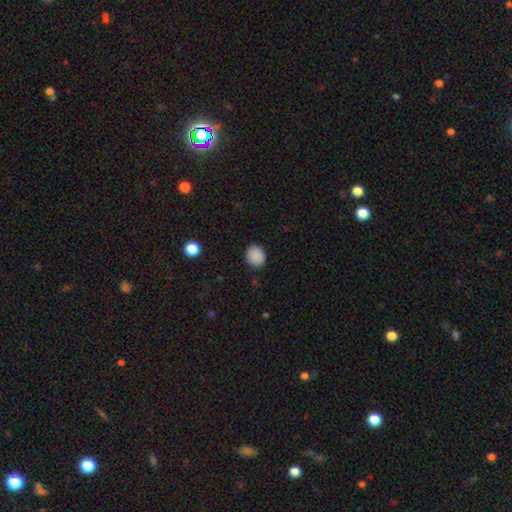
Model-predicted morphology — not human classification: Smooth or featured? smooth (88%)
How rounded? round (66%)
Merging? none (88%)